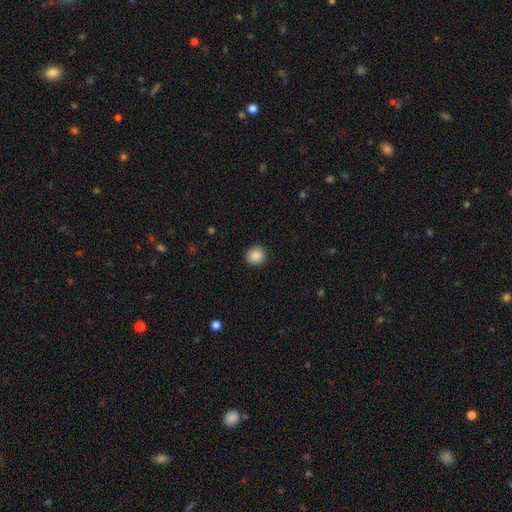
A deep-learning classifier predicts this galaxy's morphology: smooth-or-featured: smooth: 89% | star or artifact: 9% | featured or disk: 3%
  how-rounded: round: 87% | in between: 12% | cigar-shaped: 1%
  merging: none: 89% | minor disturbance: 8% | major disturbance: 2% | merger: 1%